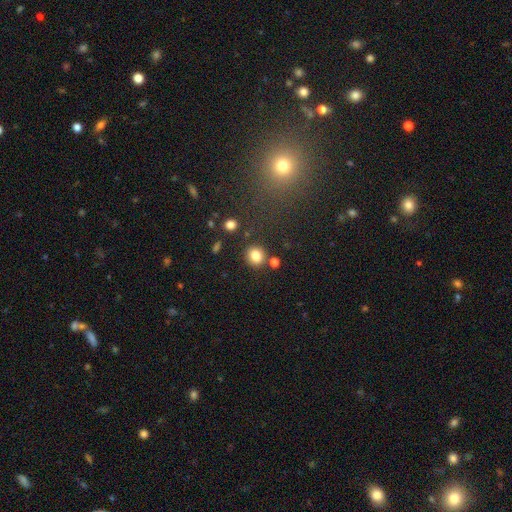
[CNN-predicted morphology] smooth_or_featured: smooth (p=0.83) [alt: star or artifact p=0.11]
how_rounded: round (p=0.78) [alt: in between p=0.21]
merging: none (p=0.80) [alt: minor disturbance p=0.09]